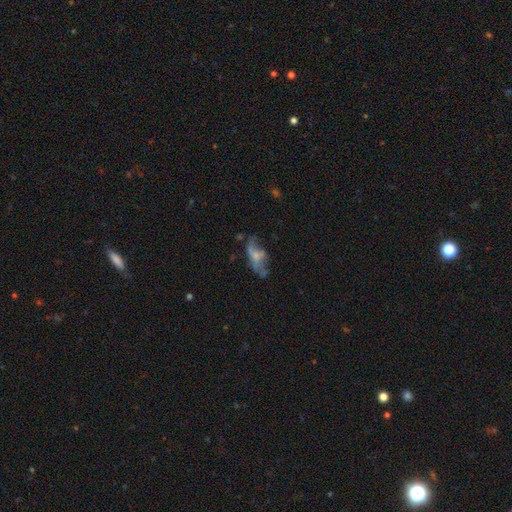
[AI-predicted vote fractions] smooth_or_featured: featured or disk (p=0.46) [alt: smooth p=0.43]
merging: none (p=0.37) [alt: major disturbance p=0.29]